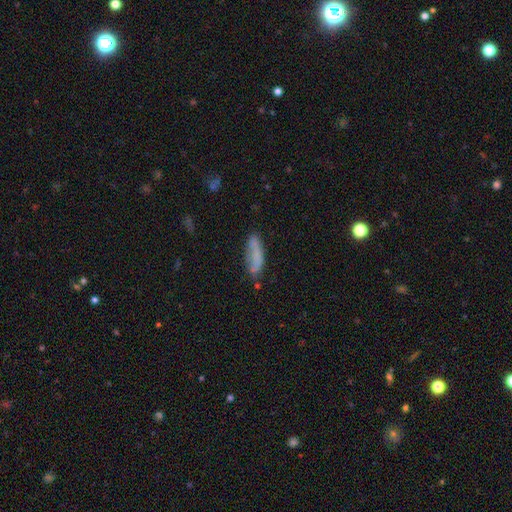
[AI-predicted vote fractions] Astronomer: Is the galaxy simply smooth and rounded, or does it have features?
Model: smooth — 65%.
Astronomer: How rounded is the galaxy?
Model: cigar-shaped — 59% (runner-up: in between, 39%).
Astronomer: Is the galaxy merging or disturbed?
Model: none — 59%.